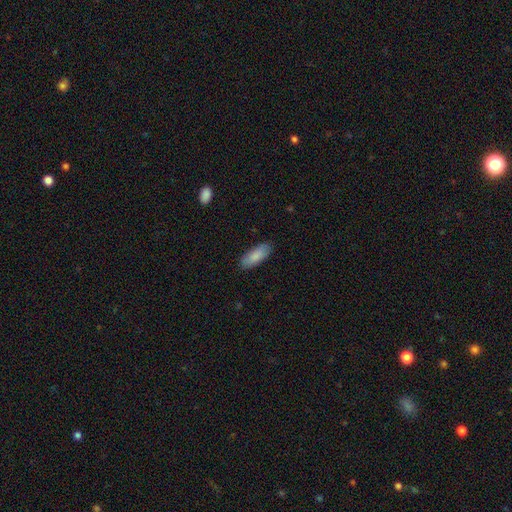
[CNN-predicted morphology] Smooth or featured: smooth — 87% (featured or disk — 7%)
How rounded: in between — 74% (cigar-shaped — 24%)
Merging: none — 87% (minor disturbance — 10%)